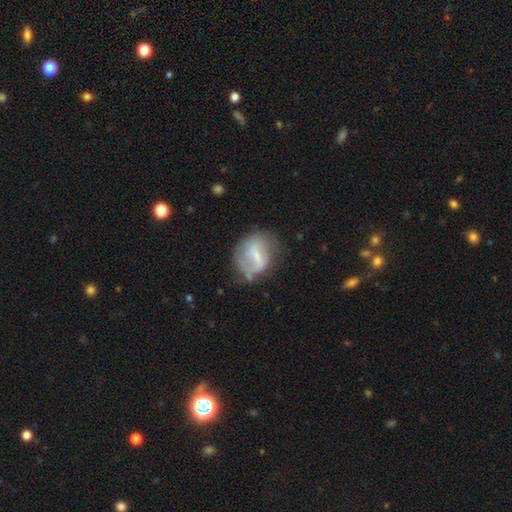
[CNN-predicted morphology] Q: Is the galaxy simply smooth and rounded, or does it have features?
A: featured or disk — 54%.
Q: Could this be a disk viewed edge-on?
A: no — 95%.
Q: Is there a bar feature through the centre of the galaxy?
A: weak — 45%.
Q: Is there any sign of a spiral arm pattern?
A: no — 53%.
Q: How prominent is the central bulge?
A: small — 44%.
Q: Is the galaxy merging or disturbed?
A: none — 49%.